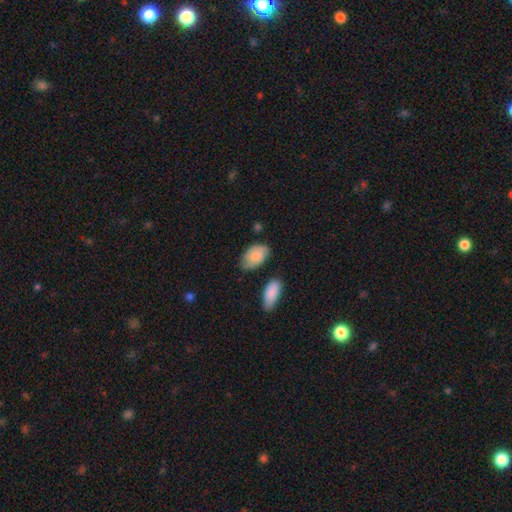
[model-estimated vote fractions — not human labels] This is likely a smooth galaxy (70%). How rounded: clearly in between (91%). Merging: likely none (66%).